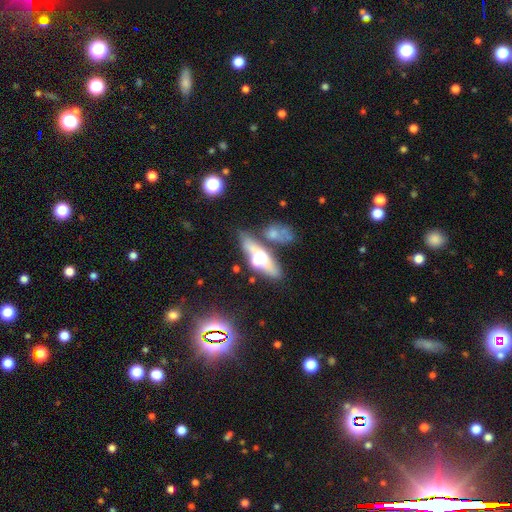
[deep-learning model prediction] featured or disk 51%, smooth 37%, star or artifact 12%. Down the decision tree: edge-on disk — yes (71%); merging — none (60%).